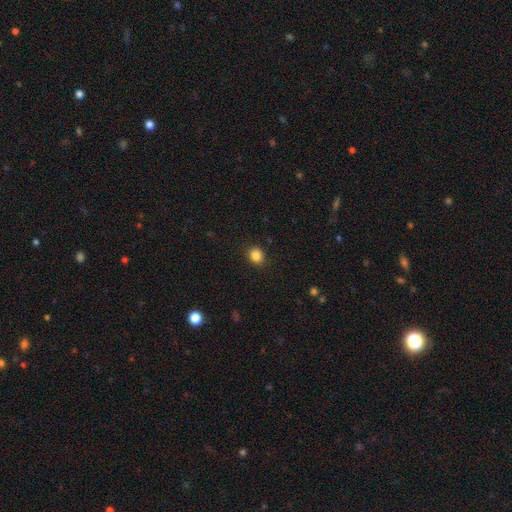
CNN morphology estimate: A smooth galaxy with no disk features (85%) that is round (67%).

Vote fractions:
- Smooth or featured? smooth: 85% / star or artifact: 11% / featured or disk: 4%
- How rounded? round: 67% / in between: 32% / cigar-shaped: 1%
- Merging? none: 89% / minor disturbance: 8% / major disturbance: 2% / merger: 1%